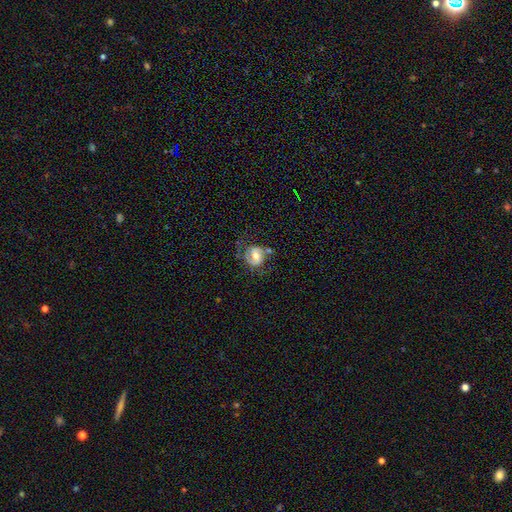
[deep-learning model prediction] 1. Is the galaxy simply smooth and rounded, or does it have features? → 55% featured or disk, 37% smooth, 8% star or artifact.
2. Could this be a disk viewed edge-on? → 97% no, 3% yes.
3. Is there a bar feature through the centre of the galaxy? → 55% no, 33% weak, 12% strong.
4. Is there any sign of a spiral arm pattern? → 73% yes, 27% no.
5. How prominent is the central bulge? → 71% moderate, 20% small, 7% large, 1% none, 1% dominant.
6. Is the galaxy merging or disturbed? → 52% none, 24% minor disturbance, 18% major disturbance, 7% merger.